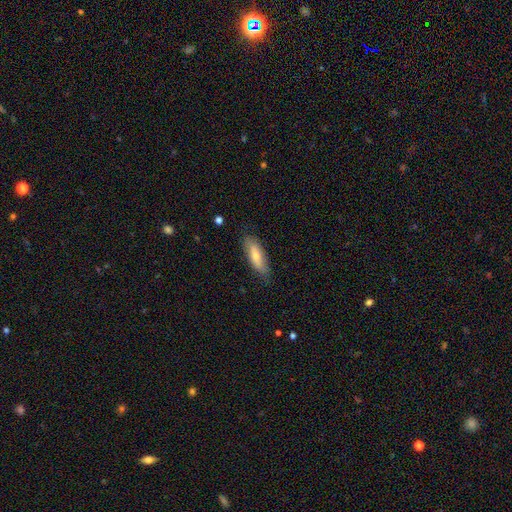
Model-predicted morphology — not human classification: smooth 70%, featured or disk 24%, star or artifact 6%. Down the decision tree: how rounded — in between (54%); merging — none (77%).